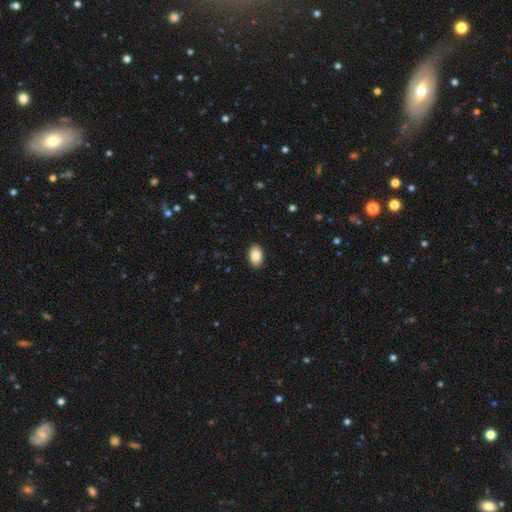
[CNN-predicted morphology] type=smooth (88%); roundness=in between (92%); merging=none (90%).